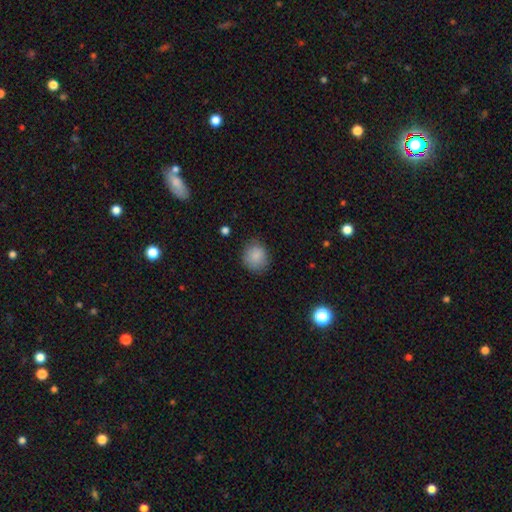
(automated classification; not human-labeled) This is clearly a smooth galaxy (86%). How rounded: likely round (79%). Merging: likely none (80%).